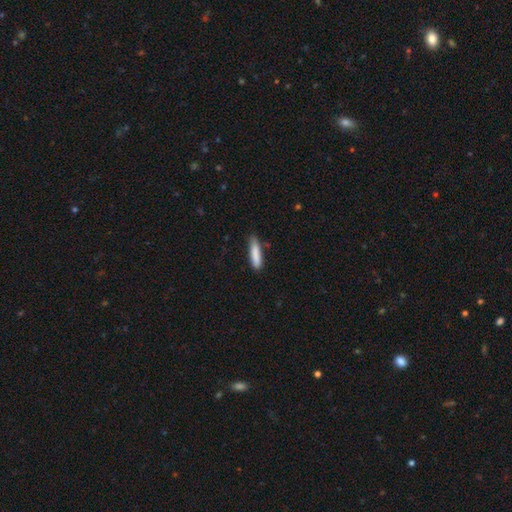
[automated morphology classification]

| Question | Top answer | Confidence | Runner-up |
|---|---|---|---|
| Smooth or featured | smooth | 86% | featured or disk (8%) |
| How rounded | cigar-shaped | 81% | in between (18%) |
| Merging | none | 77% | minor disturbance (18%) |